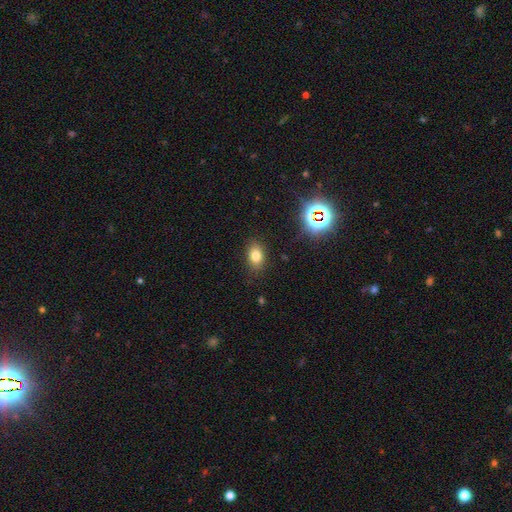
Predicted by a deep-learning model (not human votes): Smooth or featured? Predicted: smooth (p=0.78). How rounded? Predicted: in between (p=0.78). Merging? Predicted: none (p=0.85).